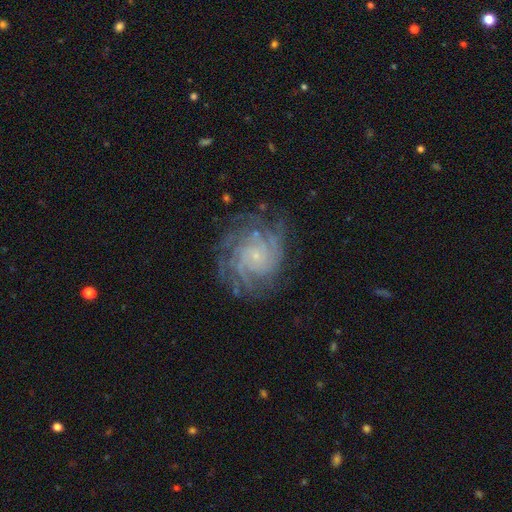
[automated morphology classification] A featured or disk galaxy (84%) with no bar (77%), tight (73%) spiral arms (97%) and a small central bulge (82%).

Vote fractions:
- Smooth or featured? featured or disk: 84% / star or artifact: 8% / smooth: 8%
- Edge-on disk? no: 97% / yes: 3%
- Bar? no: 77% / weak: 19% / strong: 4%
- Spiral arms? yes: 97% / no: 3%
- Spiral winding? tight: 73% / medium: 23% / loose: 4%
- Spiral arm count? can't tell: 29% / 4: 22% / more than 4: 17% / 3: 14% / 2: 11% / 1: 7%
- Bulge size? small: 82% / moderate: 10% / none: 6% / large: 1% / dominant: 1%
- Merging? none: 76% / minor disturbance: 15% / major disturbance: 7% / merger: 1%